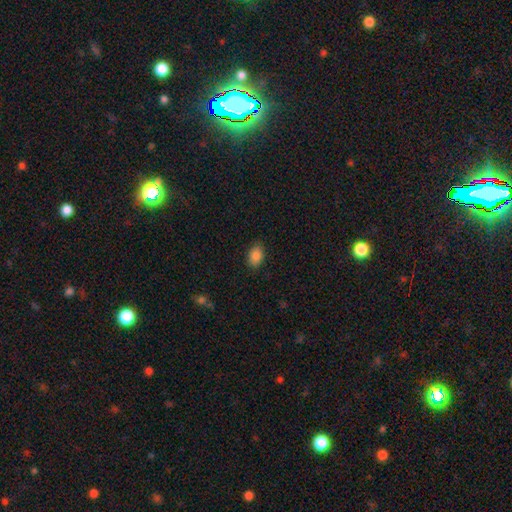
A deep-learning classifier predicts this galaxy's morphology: A smooth galaxy with no disk features (88%) that is in between round and cigar-shaped (85%).

Vote fractions:
- Smooth or featured? smooth: 88% / star or artifact: 8% / featured or disk: 4%
- How rounded? in between: 85% / round: 13% / cigar-shaped: 1%
- Merging? none: 86% / minor disturbance: 10% / major disturbance: 2% / merger: 1%